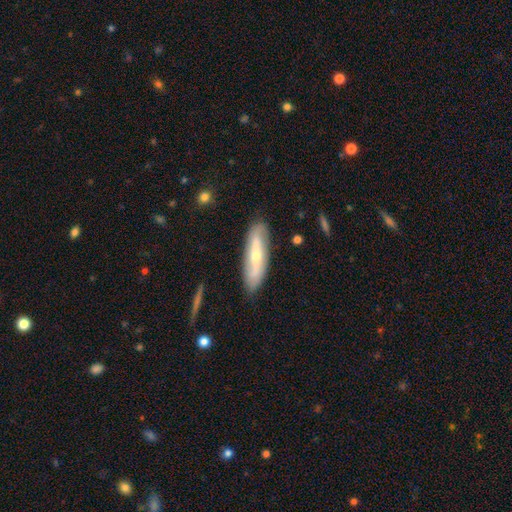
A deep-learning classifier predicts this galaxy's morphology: Smooth or featured? featured or disk (52%)
Edge-on disk? no (63%)
Merging? none (84%)